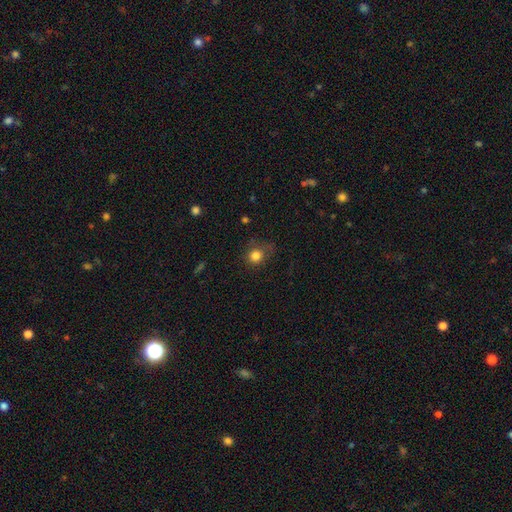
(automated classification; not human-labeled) Smooth or featured? Predicted: smooth (p=0.82). How rounded? Predicted: round (p=0.81). Merging? Predicted: none (p=0.62).